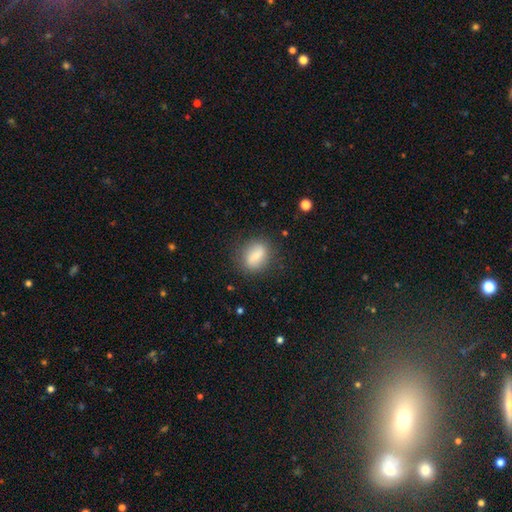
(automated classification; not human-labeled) Overall: smooth (77%). How rounded: in between (65%; round 28%). Merging: none (79%).